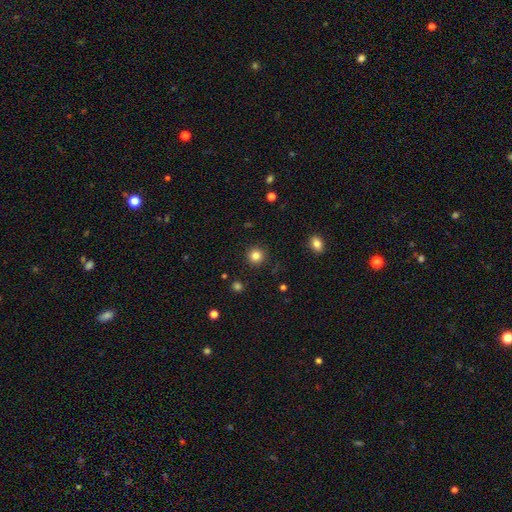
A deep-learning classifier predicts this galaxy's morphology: Smooth or featured? smooth (83%)
How rounded? round (95%)
Merging? none (91%)